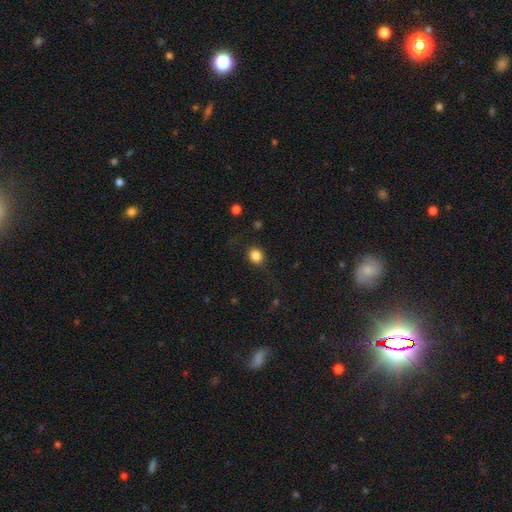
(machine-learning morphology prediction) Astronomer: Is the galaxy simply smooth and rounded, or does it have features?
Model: smooth — 84%.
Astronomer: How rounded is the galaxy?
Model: round — 73%.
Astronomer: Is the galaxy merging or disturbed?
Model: none — 80%.